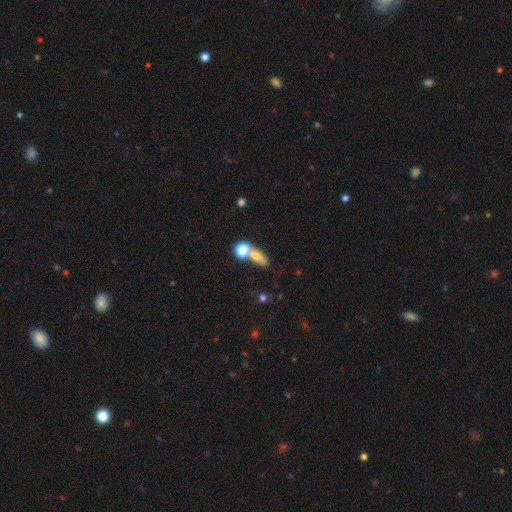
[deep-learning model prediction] This appears to be a smooth galaxy with no disk features (70%) that is in between round and cigar-shaped (50%). Merging: none (40%, tied with merger).